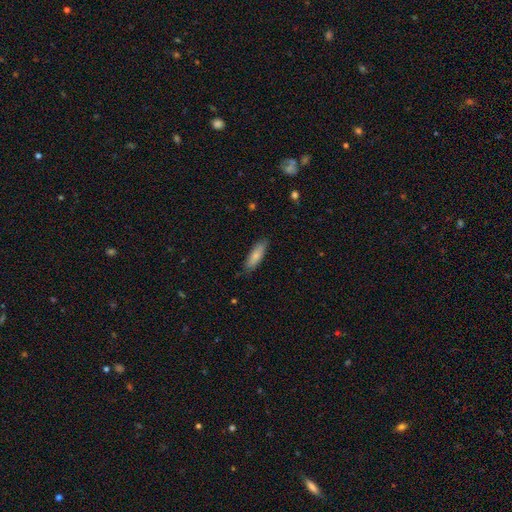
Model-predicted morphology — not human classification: The model was most divided on "how rounded": cigar-shaped: 52%, in between: 46%, round: 2%. More confident: merging — none (84%); smooth or featured — smooth (80%).